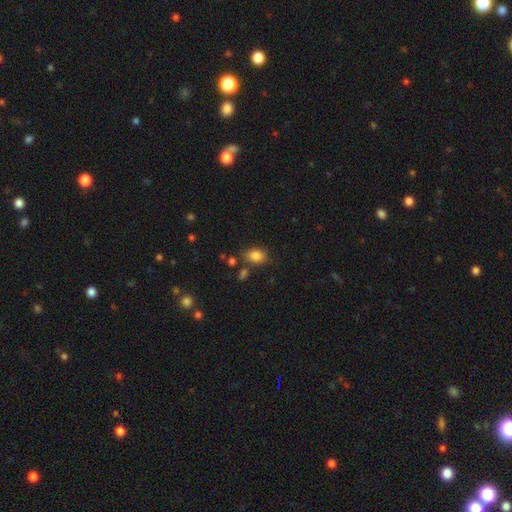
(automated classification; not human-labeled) A smooth galaxy with no disk features (84%) that is in between round and cigar-shaped (79%). Merging: none (75%).